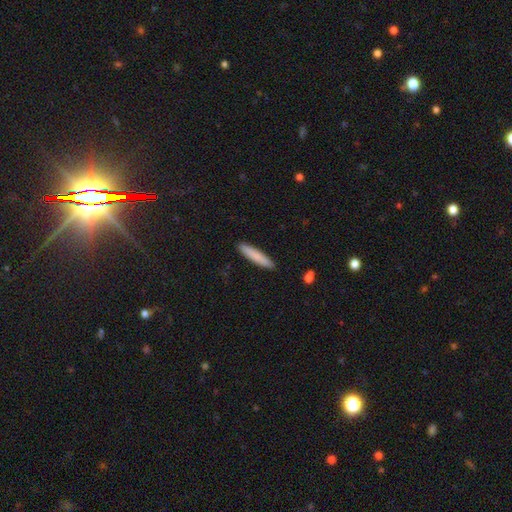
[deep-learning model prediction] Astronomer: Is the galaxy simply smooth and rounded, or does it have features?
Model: smooth — 82%.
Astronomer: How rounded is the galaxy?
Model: cigar-shaped — 91%.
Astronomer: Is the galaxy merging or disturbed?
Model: none — 91%.